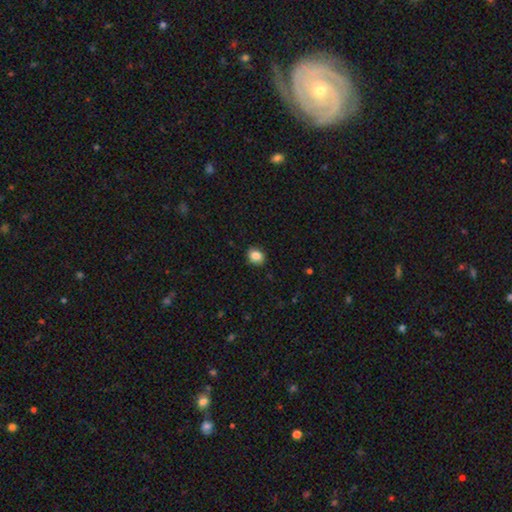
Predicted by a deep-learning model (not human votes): smooth-or-featured: smooth: 86% | star or artifact: 9% | featured or disk: 5%
  how-rounded: round: 56% | in between: 43% | cigar-shaped: 1%
  merging: none: 88% | minor disturbance: 9% | major disturbance: 2% | merger: 1%